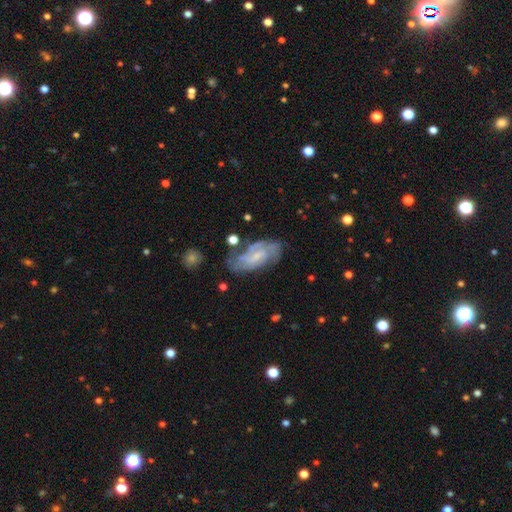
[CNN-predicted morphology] smooth_or_featured: featured or disk (p=0.75) [alt: smooth p=0.17]
disk_edge_on: no (p=0.94) [alt: yes p=0.06]
bar: weak (p=0.48) [alt: no p=0.39]
has_spiral_arms: yes (p=0.90) [alt: no p=0.10]
spiral_winding: tight (p=0.45) [alt: medium p=0.41]
spiral_arm_count: 2 (p=0.36) [alt: can't tell p=0.32]
bulge_size: small (p=0.57) [alt: moderate p=0.21]
merging: none (p=0.63) [alt: minor disturbance p=0.22]